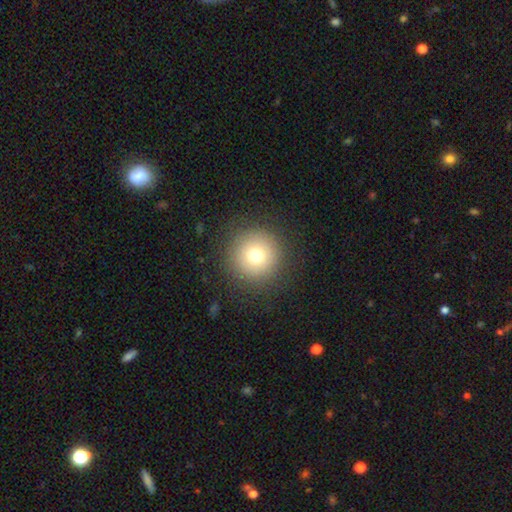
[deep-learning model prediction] Smooth or featured: smooth — 75% (star or artifact — 13%)
How rounded: round — 96% (in between — 3%)
Merging: none — 89% (minor disturbance — 6%)